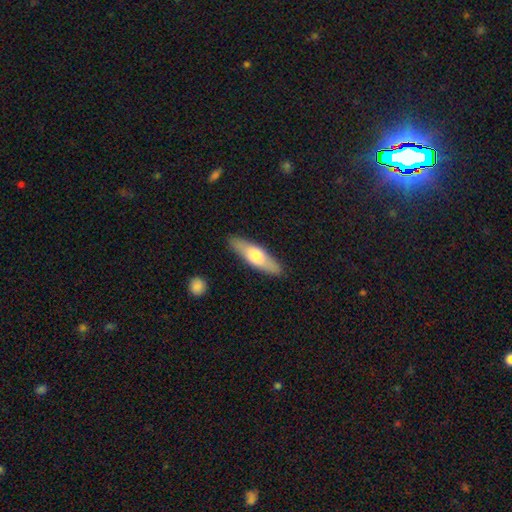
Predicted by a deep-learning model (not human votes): smooth 57%, featured or disk 38%, star or artifact 5%. Down the decision tree: how rounded — cigar-shaped (63%); merging — none (89%).